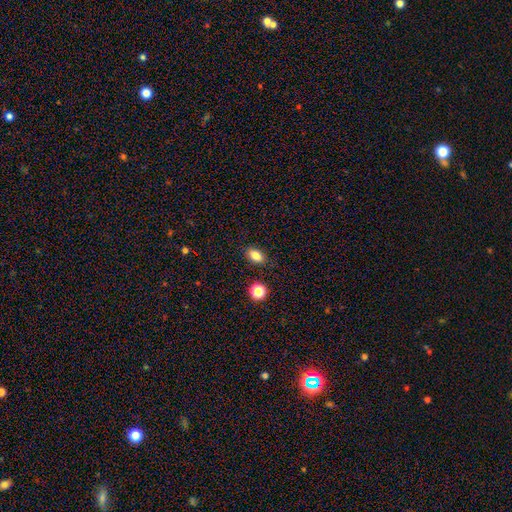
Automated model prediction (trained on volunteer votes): smooth_or_featured: smooth (p=0.83) [alt: star or artifact p=0.10]
how_rounded: in between (p=0.84) [alt: round p=0.14]
merging: none (p=0.86) [alt: minor disturbance p=0.09]